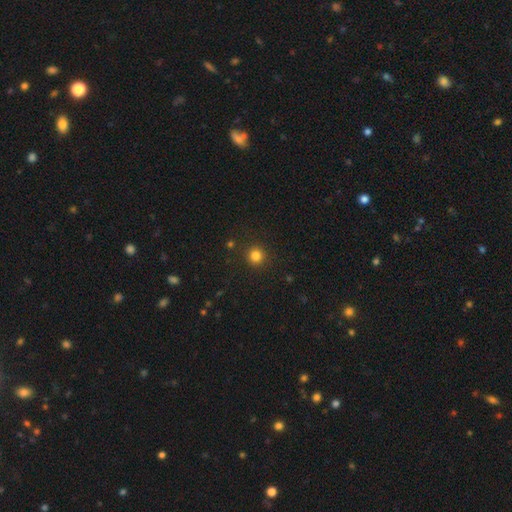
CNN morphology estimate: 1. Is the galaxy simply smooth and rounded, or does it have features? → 82% smooth, 13% star or artifact, 4% featured or disk.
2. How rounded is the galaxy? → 94% round, 5% in between, 1% cigar-shaped.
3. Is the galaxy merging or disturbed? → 91% none, 5% minor disturbance, 2% major disturbance, 1% merger.